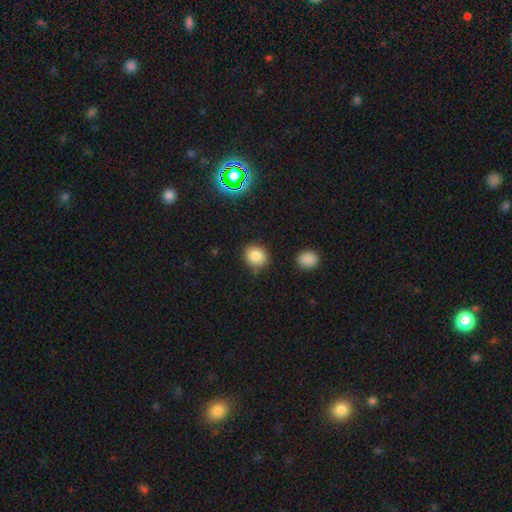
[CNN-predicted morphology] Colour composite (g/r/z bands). It shows a smooth galaxy with no disk features (82%) that is round (78%). Merging: none (81%).